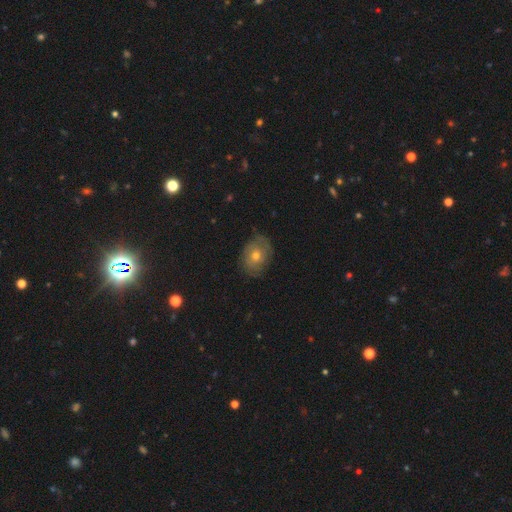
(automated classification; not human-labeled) A smooth galaxy with no disk features (48%).

Vote fractions:
- Smooth or featured? smooth: 48% / featured or disk: 40% / star or artifact: 12%
- Merging? none: 75% / minor disturbance: 19% / major disturbance: 5% / merger: 1%